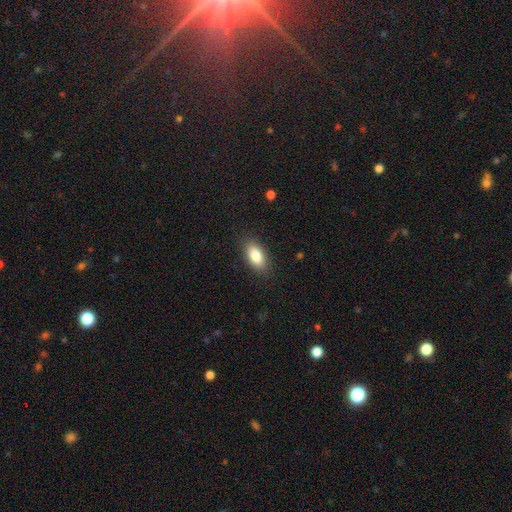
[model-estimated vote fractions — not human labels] Smooth or featured? Predicted: smooth (p=0.84). How rounded? Predicted: in between (p=0.90). Merging? Predicted: none (p=0.87).